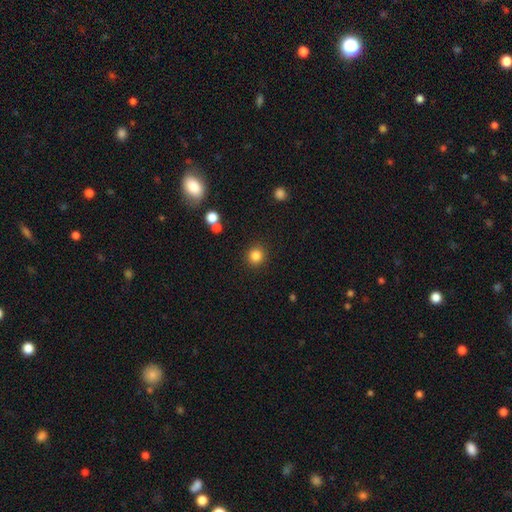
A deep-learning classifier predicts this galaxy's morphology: Smooth or featured: smooth — 84% (star or artifact — 12%)
How rounded: round — 92% (in between — 7%)
Merging: none — 90% (minor disturbance — 6%)